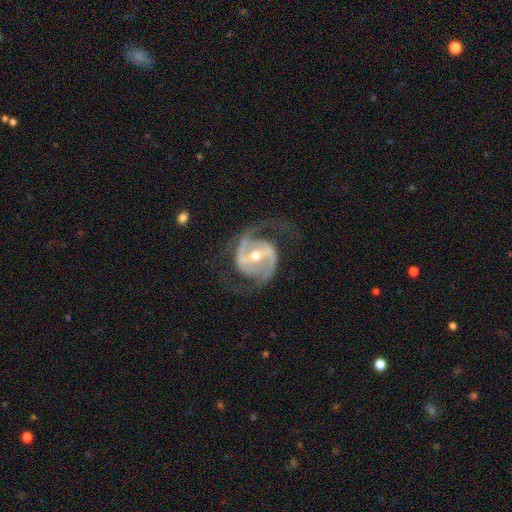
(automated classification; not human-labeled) This appears to be a featured or disk galaxy (92%) with a strong bar (46%), 2 (93%) medium (59%) spiral arms (98%) and a moderate central bulge (65%). Merging: none (76%).